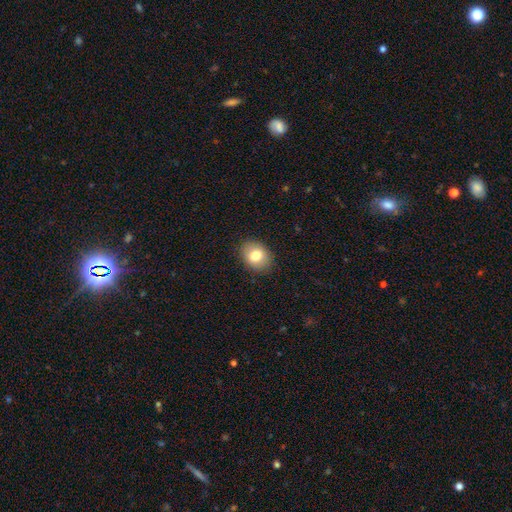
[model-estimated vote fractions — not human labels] Smooth or featured: smooth — 80% (featured or disk — 12%)
How rounded: in between — 66% (round — 33%)
Merging: none — 87% (minor disturbance — 10%)